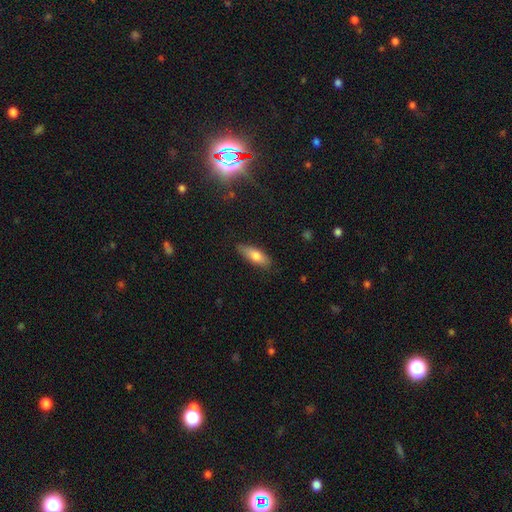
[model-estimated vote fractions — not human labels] A smooth galaxy with no disk features (74%) that is in between round and cigar-shaped (63%).

Vote fractions:
- Smooth or featured? smooth: 74% / featured or disk: 19% / star or artifact: 7%
- How rounded? in between: 63% / cigar-shaped: 34% / round: 2%
- Merging? none: 81% / minor disturbance: 15% / major disturbance: 3% / merger: 1%